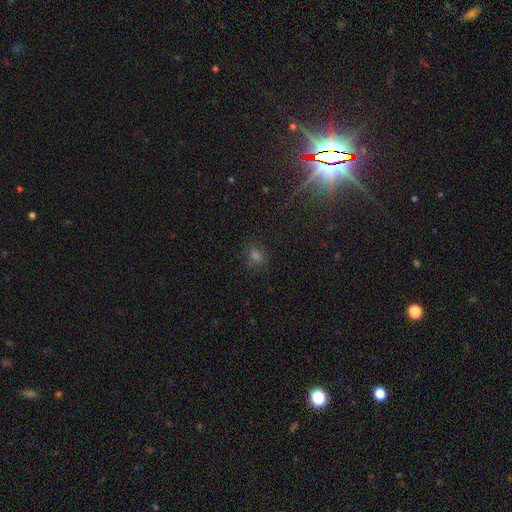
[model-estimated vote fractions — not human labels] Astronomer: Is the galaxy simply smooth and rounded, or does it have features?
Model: smooth — 48% (runner-up: star or artifact, 42%).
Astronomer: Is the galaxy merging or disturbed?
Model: none — 83%.